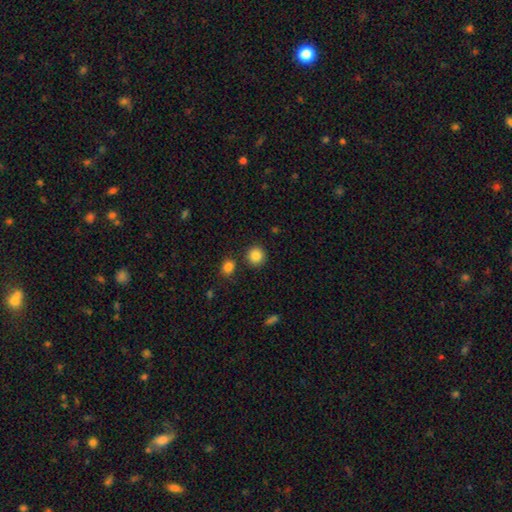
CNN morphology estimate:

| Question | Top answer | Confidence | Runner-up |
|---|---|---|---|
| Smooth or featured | smooth | 86% | star or artifact (10%) |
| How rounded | round | 91% | in between (8%) |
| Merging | none | 86% | minor disturbance (7%) |